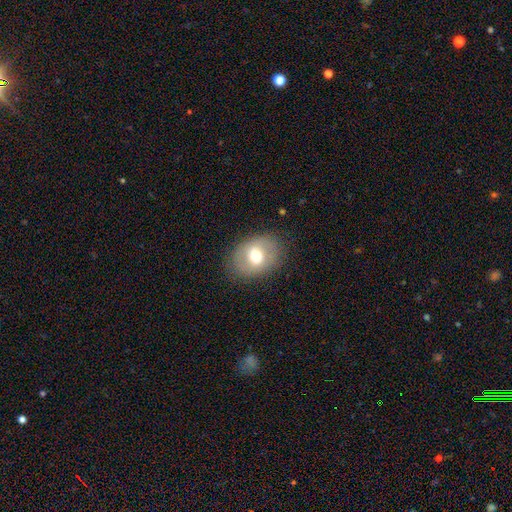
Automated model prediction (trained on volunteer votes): smooth-or-featured: smooth: 60% | featured or disk: 31% | star or artifact: 9%
  how-rounded: in between: 64% | round: 35% | cigar-shaped: 1%
  merging: none: 80% | minor disturbance: 13% | major disturbance: 6% | merger: 1%